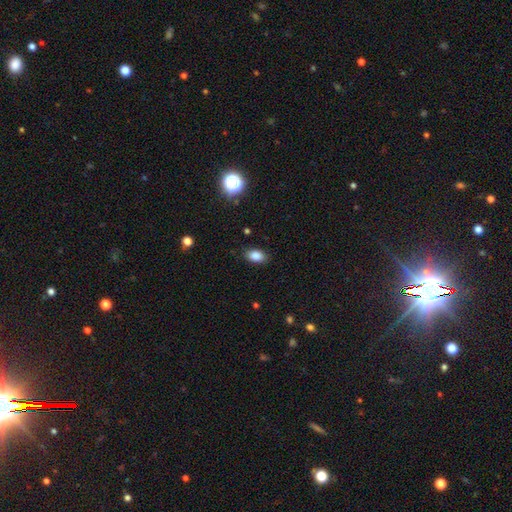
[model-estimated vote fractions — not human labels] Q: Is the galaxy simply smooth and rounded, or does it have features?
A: smooth — 85%.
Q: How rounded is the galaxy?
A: in between — 90%.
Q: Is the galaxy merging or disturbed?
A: none — 87%.